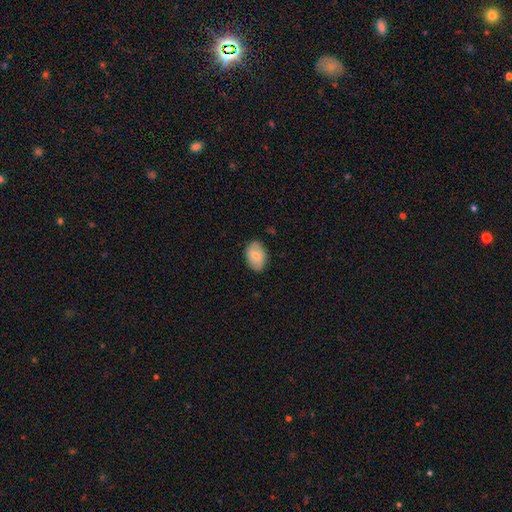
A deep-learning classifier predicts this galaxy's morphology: A smooth galaxy with no disk features (74%) that is in between round and cigar-shaped (86%).

Vote fractions:
- Smooth or featured? smooth: 74% / featured or disk: 20% / star or artifact: 6%
- How rounded? in between: 86% / round: 13% / cigar-shaped: 1%
- Merging? none: 82% / minor disturbance: 14% / major disturbance: 3% / merger: 1%